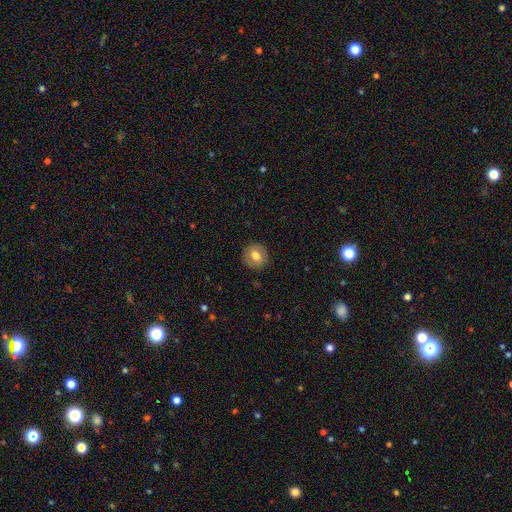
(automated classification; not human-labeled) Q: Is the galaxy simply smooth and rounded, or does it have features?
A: smooth — 70%.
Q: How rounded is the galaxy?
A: round — 83%.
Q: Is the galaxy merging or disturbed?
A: none — 88%.